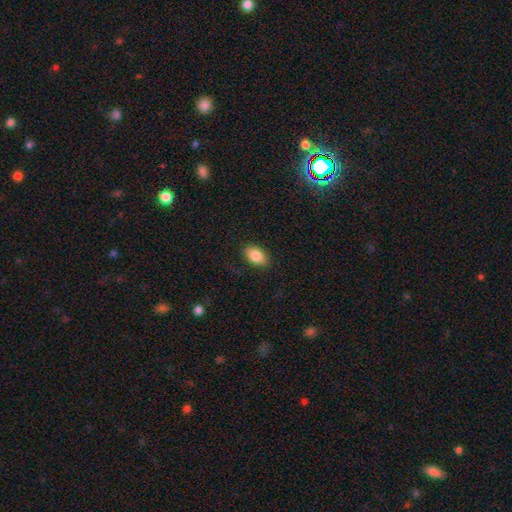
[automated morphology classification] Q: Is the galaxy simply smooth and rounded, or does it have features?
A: smooth — 85%.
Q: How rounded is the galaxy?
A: in between — 88%.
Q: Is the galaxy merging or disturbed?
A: none — 84%.